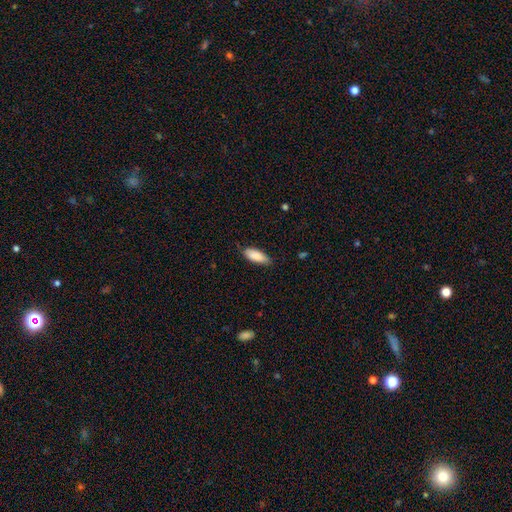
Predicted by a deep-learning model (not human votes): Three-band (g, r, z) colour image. It shows a smooth galaxy with no disk features (88%) that is in between round and cigar-shaped (76%). Merging: none (77%).